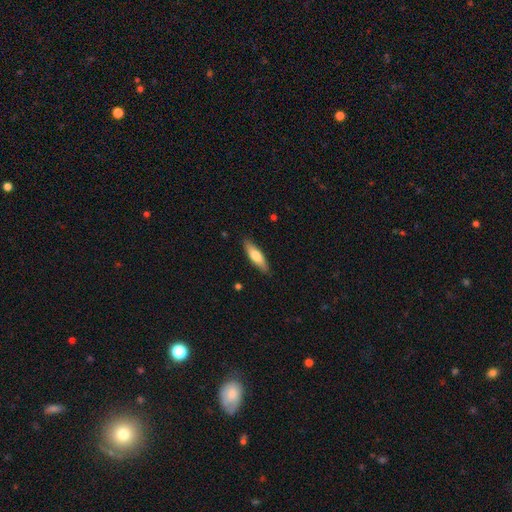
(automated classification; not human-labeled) Morphology: type=smooth (68%); roundness=cigar-shaped (60%); merging=none (87%).